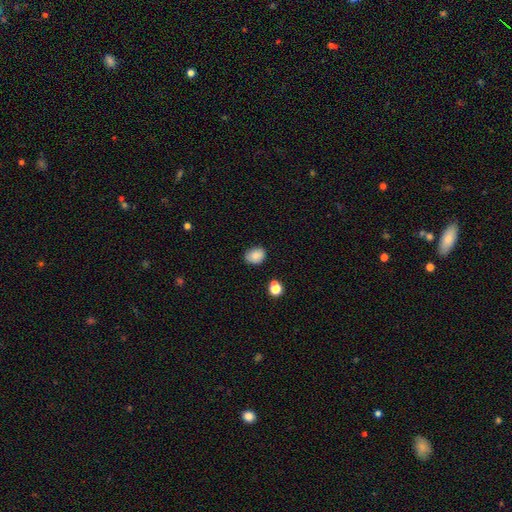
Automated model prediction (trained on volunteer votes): smooth 84%, star or artifact 9%, featured or disk 6%. Down the decision tree: how rounded — in between (63%); merging — none (79%).